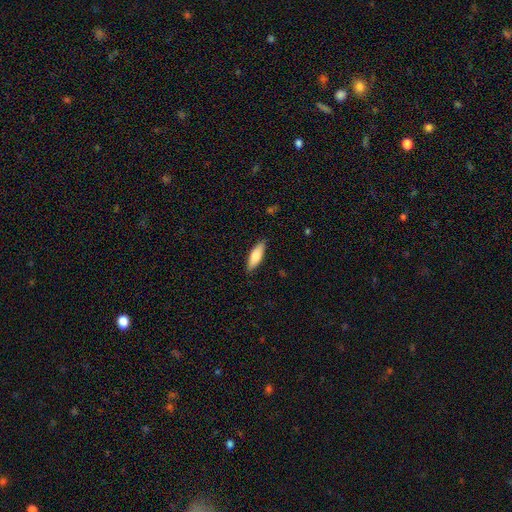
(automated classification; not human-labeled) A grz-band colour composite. It shows a smooth galaxy with no disk features (77%) that is in between round and cigar-shaped (53%). Merging: none (88%).